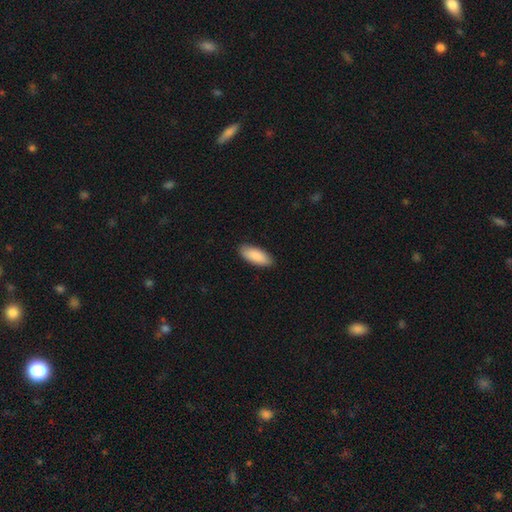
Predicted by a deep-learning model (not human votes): smooth 89%, featured or disk 6%, star or artifact 5%. Down the decision tree: how rounded — in between (80%); merging — none (89%).